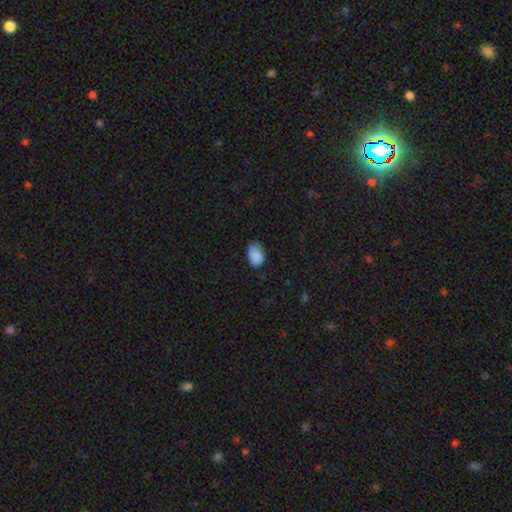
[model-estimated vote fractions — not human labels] smooth_or_featured: smooth (p=0.88) [alt: star or artifact p=0.07]
how_rounded: in between (p=0.81) [alt: round p=0.18]
merging: none (p=0.66) [alt: minor disturbance p=0.28]